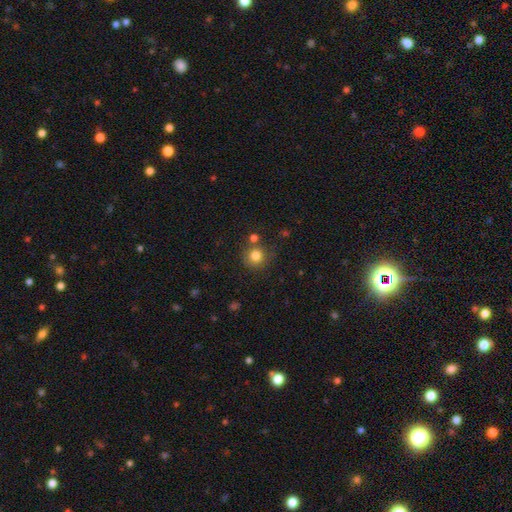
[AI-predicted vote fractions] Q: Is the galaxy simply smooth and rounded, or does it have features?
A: smooth — 81%.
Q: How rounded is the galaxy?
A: round — 92%.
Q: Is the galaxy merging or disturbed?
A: none — 75%.